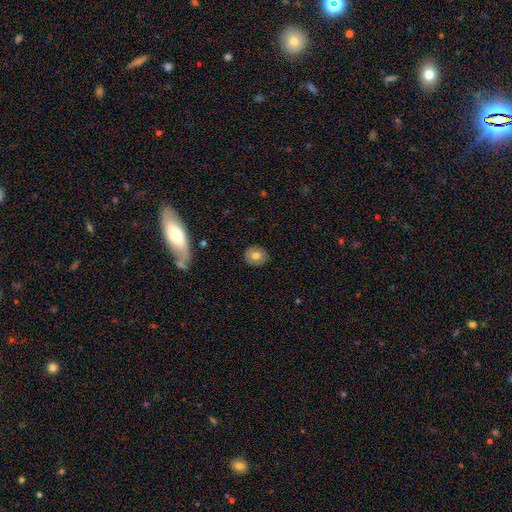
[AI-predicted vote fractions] A smooth galaxy with no disk features (69%) that is round (75%).

Vote fractions:
- Smooth or featured? smooth: 69% / featured or disk: 23% / star or artifact: 9%
- How rounded? round: 75% / in between: 24% / cigar-shaped: 1%
- Merging? none: 86% / minor disturbance: 10% / major disturbance: 2% / merger: 1%